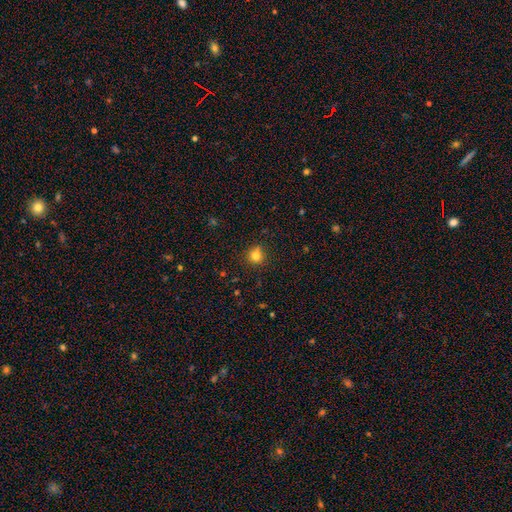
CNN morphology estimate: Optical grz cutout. It shows a smooth galaxy with no disk features (79%) that is round (89%). Merging: none (80%).